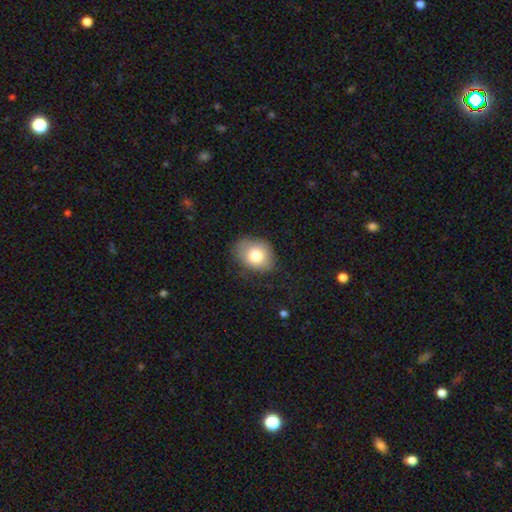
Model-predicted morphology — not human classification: A smooth galaxy with no disk features (78%) that is in between round and cigar-shaped (57%).

Vote fractions:
- Smooth or featured? smooth: 78% / featured or disk: 13% / star or artifact: 9%
- How rounded? in between: 57% / round: 42% / cigar-shaped: 1%
- Merging? none: 72% / minor disturbance: 21% / major disturbance: 6% / merger: 1%